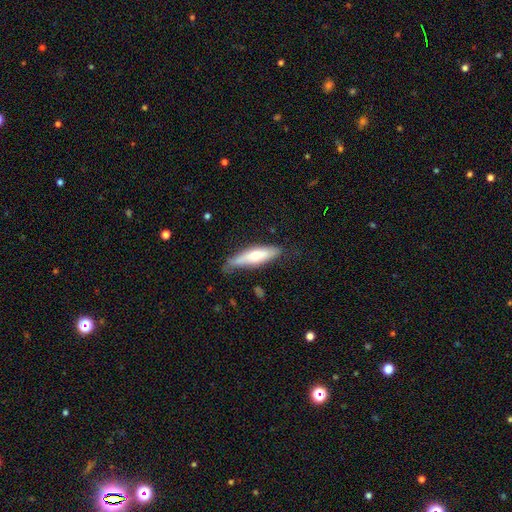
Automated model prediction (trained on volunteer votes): Morphology: type=smooth (54%); roundness=cigar-shaped (64%); merging=none (68%).